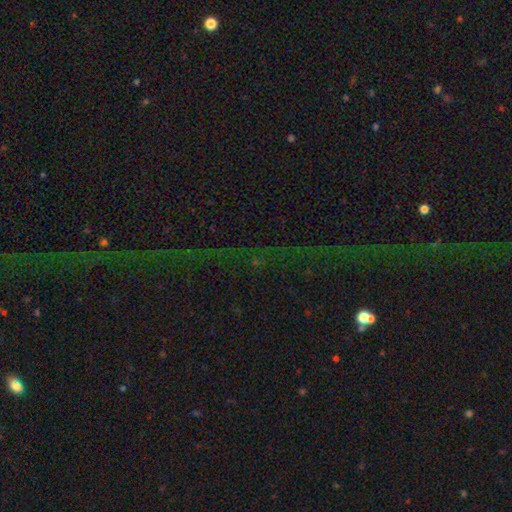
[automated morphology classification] smooth_or_featured: star or artifact (p=0.79) [alt: featured or disk p=0.11]